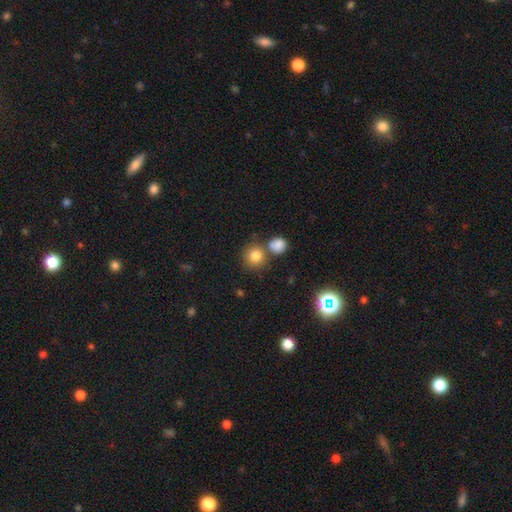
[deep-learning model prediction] Morphology: type=smooth (81%); roundness=round (88%); merging=none (68%).